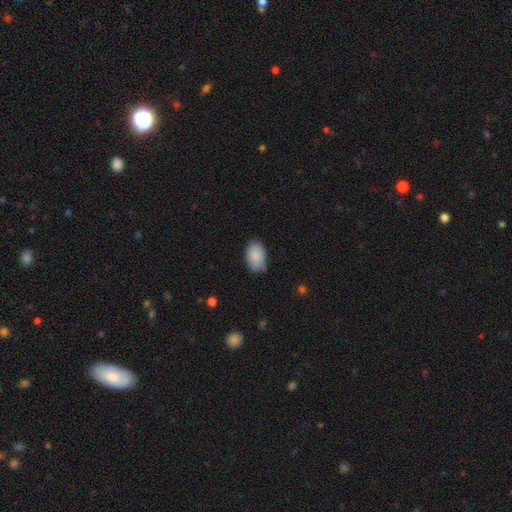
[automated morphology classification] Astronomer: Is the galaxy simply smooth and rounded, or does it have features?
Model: smooth — 89%.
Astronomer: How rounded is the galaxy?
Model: in between — 90%.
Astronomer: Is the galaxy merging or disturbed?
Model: none — 73%.